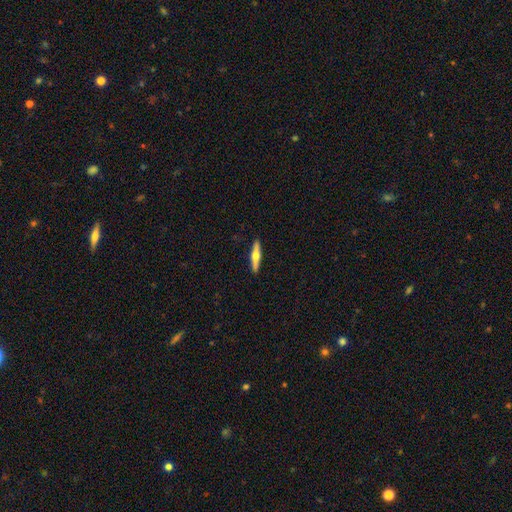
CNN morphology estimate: This is possibly a featured or disk galaxy (53%). It is clearly viewed edge-on (95%). Edge-on bulge: clearly rounded (93%). Merging: clearly none (91%).